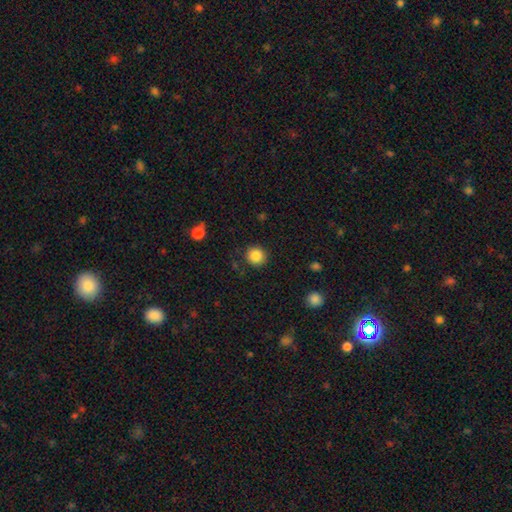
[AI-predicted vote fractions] A smooth galaxy with no disk features (86%) that is round (93%). Merging: none (89%).